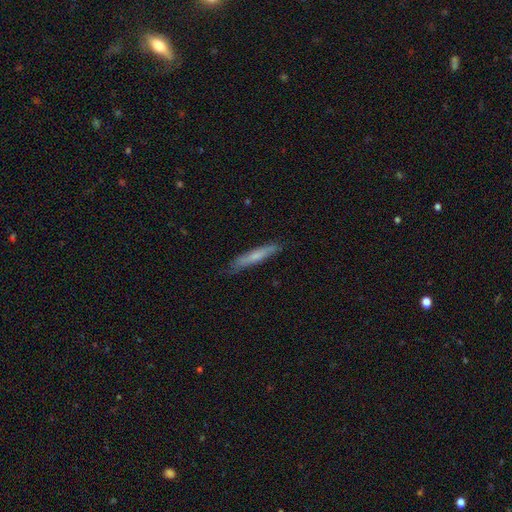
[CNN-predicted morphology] This appears to be a smooth galaxy with no disk features (61%) that is cigar-shaped (93%). Merging: none (81%).